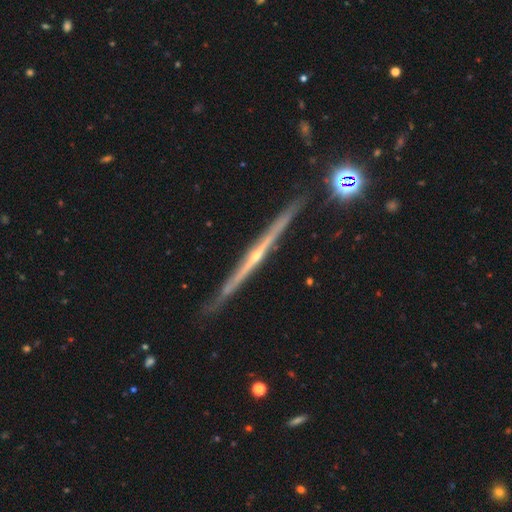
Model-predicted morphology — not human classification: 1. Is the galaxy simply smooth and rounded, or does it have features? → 85% featured or disk, 9% smooth, 6% star or artifact.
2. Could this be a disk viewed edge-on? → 98% yes, 2% no.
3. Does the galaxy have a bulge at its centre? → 69% rounded, 27% none, 4% boxy.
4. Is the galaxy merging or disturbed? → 86% none, 10% minor disturbance, 2% merger, 2% major disturbance.